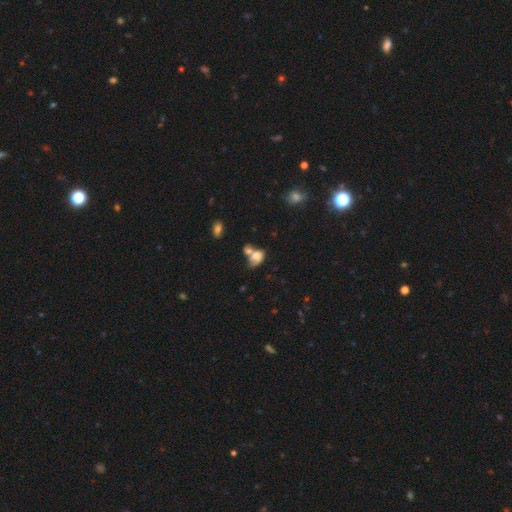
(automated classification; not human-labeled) Smooth or featured? smooth (69%)
How rounded? in between (74%)
Merging? merger (49%)